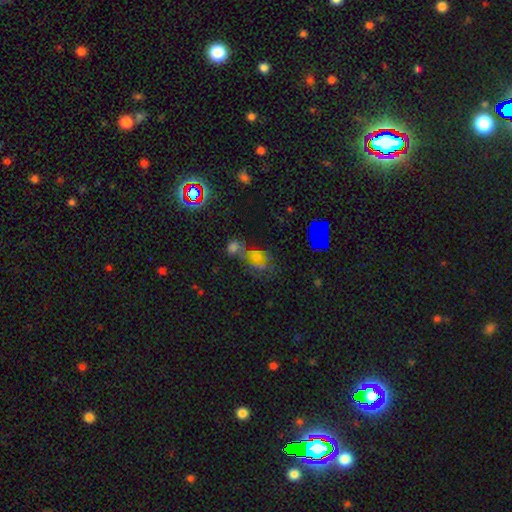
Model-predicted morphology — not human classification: This is possibly a star or artifact rather than a galaxy (49%).